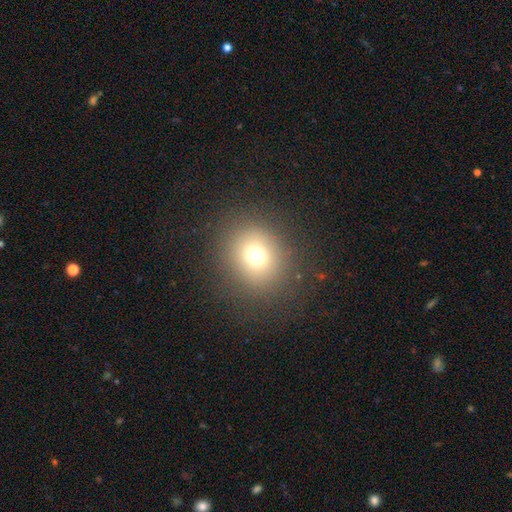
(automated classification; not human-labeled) Smooth or featured?
  - smooth: 71% *
  - star or artifact: 19%
  - featured or disk: 10%
How rounded?
  - round: 82% *
  - in between: 18%
  - cigar-shaped: 1%
Merging?
  - none: 87% *
  - minor disturbance: 7%
  - major disturbance: 5%
  - merger: 1%